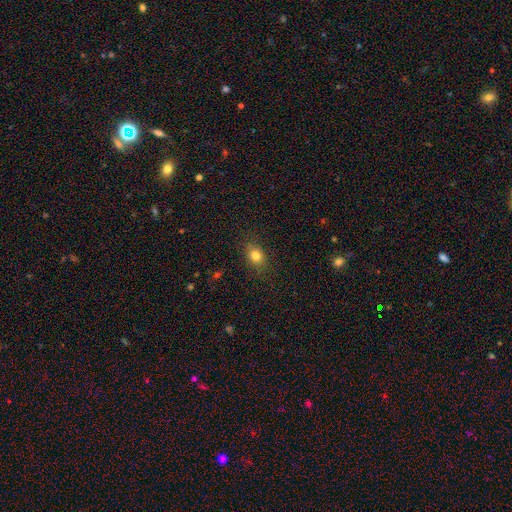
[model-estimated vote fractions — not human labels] Smooth or featured?
  - smooth: 82% *
  - star or artifact: 12%
  - featured or disk: 7%
How rounded?
  - in between: 52% *
  - round: 46%
  - cigar-shaped: 2%
Merging?
  - none: 84% *
  - minor disturbance: 11%
  - major disturbance: 3%
  - merger: 1%